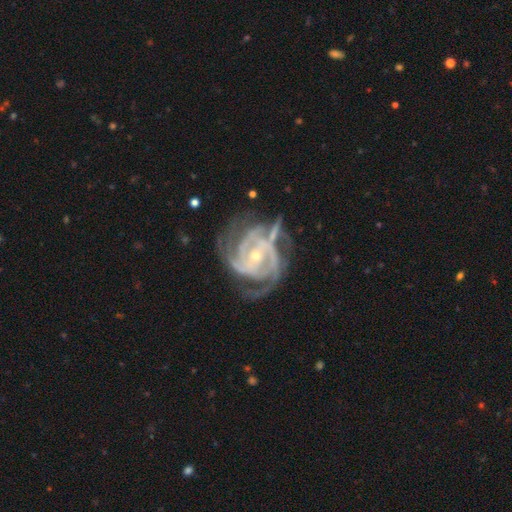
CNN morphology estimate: This is clearly a featured or disk galaxy (92%). It is clearly not viewed edge-on (98%). Bar: possibly no (53%). Spiral arm pattern: clearly yes (98%). Spiral arm count: marginally 3 (40%). Spiral winding: possibly tight (59%). Central bulge: likely small (63%). Merging: possibly none (58%).